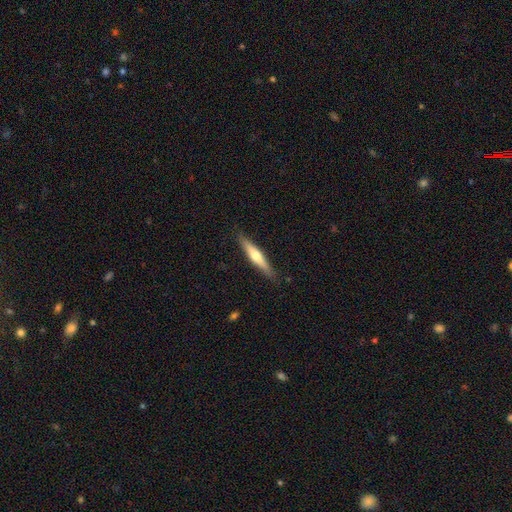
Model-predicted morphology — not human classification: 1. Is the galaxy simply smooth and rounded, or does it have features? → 52% featured or disk, 43% smooth, 5% star or artifact.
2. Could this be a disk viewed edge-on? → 95% yes, 5% no.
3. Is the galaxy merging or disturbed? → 88% none, 9% minor disturbance, 2% major disturbance, 1% merger.